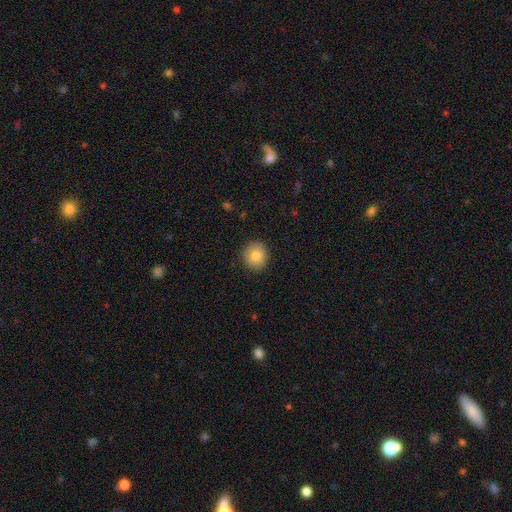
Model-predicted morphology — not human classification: Smooth or featured? Predicted: smooth (p=0.82). How rounded? Predicted: round (p=0.87). Merging? Predicted: none (p=0.89).